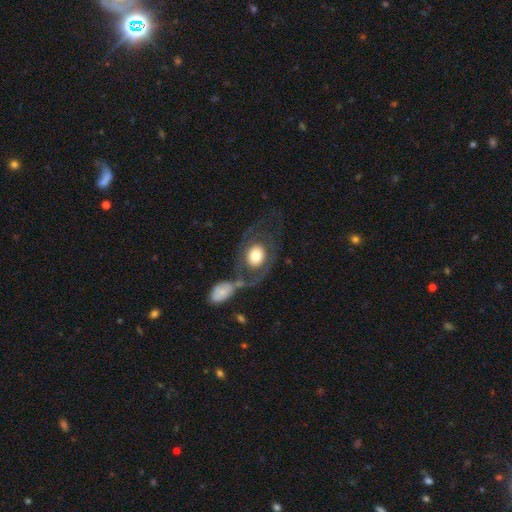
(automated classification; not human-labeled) Q: Smooth or featured?
A: smooth (48%); runner-up: featured or disk (46%)
Q: Merging?
A: none (42%); runner-up: major disturbance (25%)